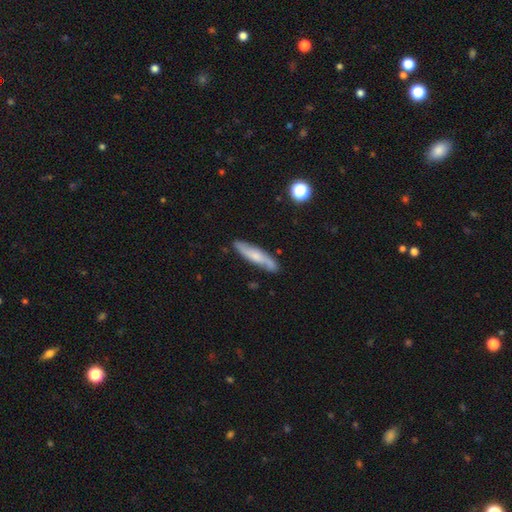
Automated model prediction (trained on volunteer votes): This is possibly a smooth galaxy (47%). Merging: clearly none (82%).